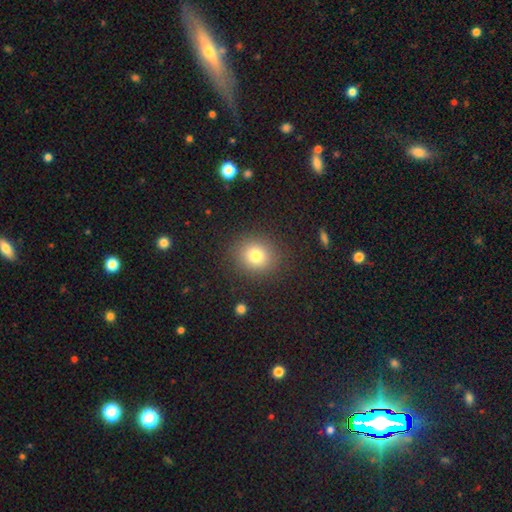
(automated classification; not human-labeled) Morphology: type=smooth (77%); roundness=round (82%); merging=none (89%).